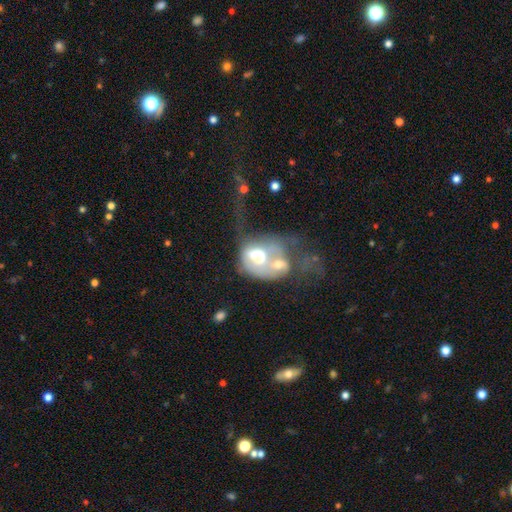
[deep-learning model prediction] A featured or disk galaxy (53%) with no bar (79%), no spiral arms (79%) and a moderate central bulge (47%).

Vote fractions:
- Smooth or featured? featured or disk: 53% / smooth: 37% / star or artifact: 10%
- Edge-on disk? no: 96% / yes: 4%
- Bar? no: 79% / weak: 16% / strong: 5%
- Spiral arms? no: 79% / yes: 21%
- Bulge size? moderate: 47% / large: 30% / small: 9% / none: 8% / dominant: 6%
- Merging? merger: 61% / major disturbance: 25% / none: 7% / minor disturbance: 6%